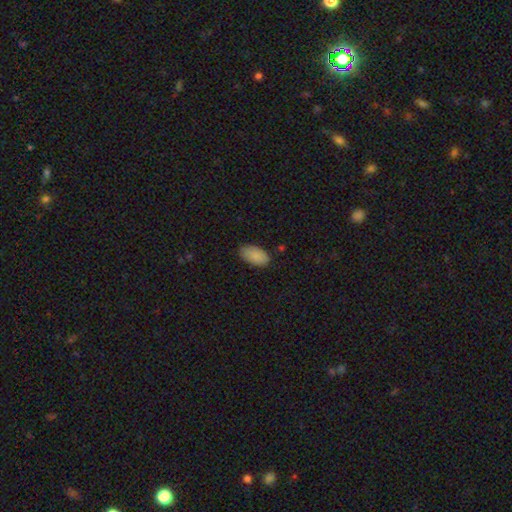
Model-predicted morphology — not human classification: smooth 87%, star or artifact 7%, featured or disk 6%. Down the decision tree: how rounded — in between (94%); merging — none (81%).